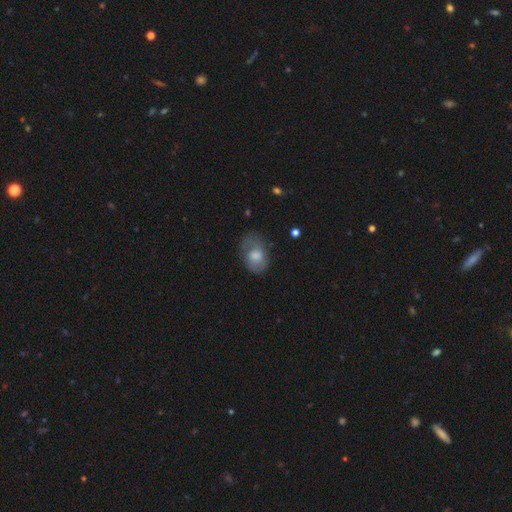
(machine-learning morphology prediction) A smooth galaxy with no disk features (63%) that is in between round and cigar-shaped (80%). Merging: none (54%).